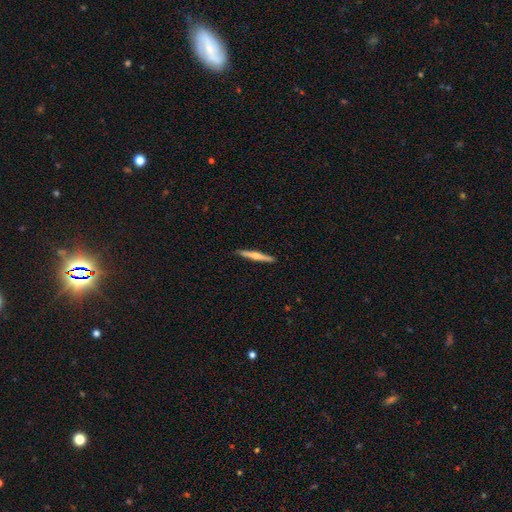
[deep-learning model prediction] This appears to be a featured or disk galaxy (60%) viewed edge-on (98%) with a rounded central bulge (79%). Merging: none (91%).